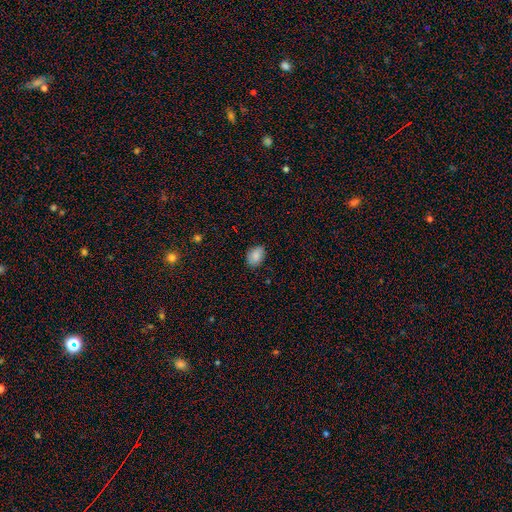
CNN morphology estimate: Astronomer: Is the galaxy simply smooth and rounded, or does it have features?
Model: smooth — 87%.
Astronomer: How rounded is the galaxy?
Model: in between — 77%.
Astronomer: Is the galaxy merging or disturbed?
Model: none — 79%.